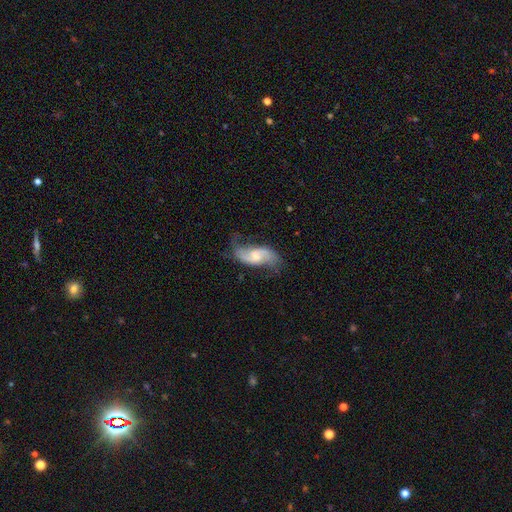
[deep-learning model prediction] Smooth or featured?
  - featured or disk: 78% *
  - smooth: 16%
  - star or artifact: 6%
Edge-on disk?
  - no: 95% *
  - yes: 5%
Bar?
  - weak: 50% *
  - no: 37%
  - strong: 14%
Spiral arms?
  - yes: 93% *
  - no: 7%
Spiral winding?
  - loose: 70% *
  - medium: 24%
  - tight: 6%
Spiral arm count?
  - 2: 89% *
  - can't tell: 5%
  - 1: 4%
  - 3: 1%
  - 4: 1%
  - more than 4: 1%
Bulge size?
  - moderate: 41% *
  - small: 38%
  - none: 14%
  - large: 6%
  - dominant: 1%
Merging?
  - none: 59% *
  - minor disturbance: 23%
  - major disturbance: 16%
  - merger: 3%